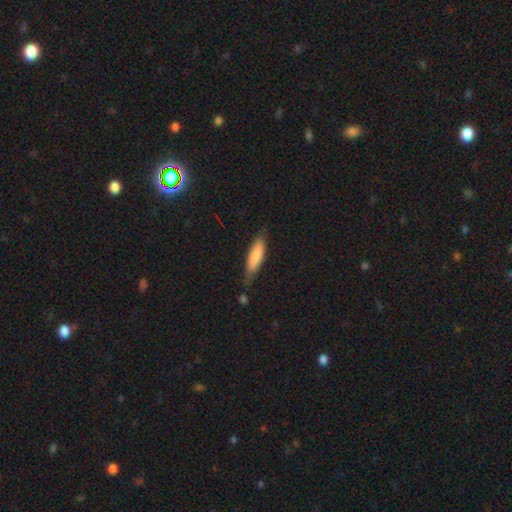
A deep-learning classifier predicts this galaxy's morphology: smooth-or-featured: smooth: 78% | featured or disk: 16% | star or artifact: 6%
  how-rounded: cigar-shaped: 60% | in between: 39% | round: 2%
  merging: none: 68% | minor disturbance: 24% | major disturbance: 5% | merger: 2%